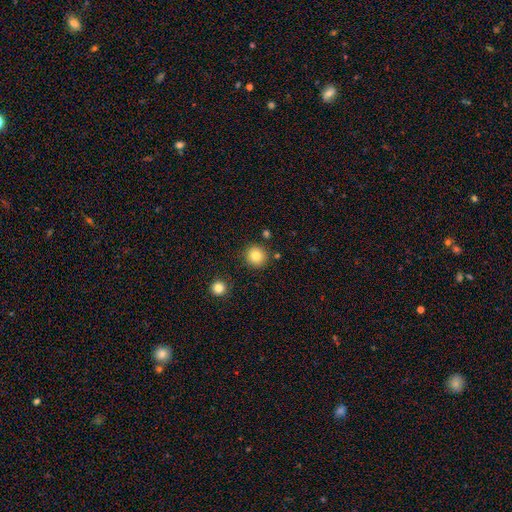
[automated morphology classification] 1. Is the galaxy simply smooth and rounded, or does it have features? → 83% smooth, 11% star or artifact, 7% featured or disk.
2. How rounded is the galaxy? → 95% round, 4% in between, 1% cigar-shaped.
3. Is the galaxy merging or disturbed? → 88% none, 7% minor disturbance, 3% merger, 2% major disturbance.